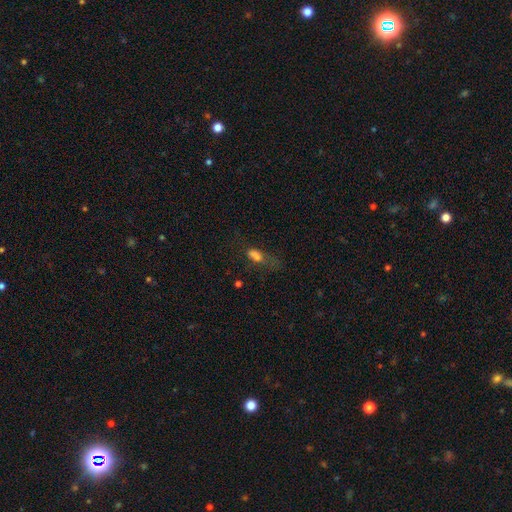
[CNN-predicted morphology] The model was most divided on "merging": major disturbance: 41%, none: 29%, minor disturbance: 23%, merger: 6%. More confident: how rounded — in between (73%); smooth or featured — smooth (69%).